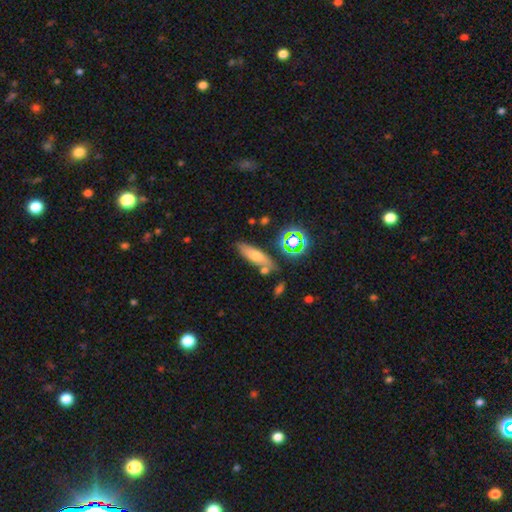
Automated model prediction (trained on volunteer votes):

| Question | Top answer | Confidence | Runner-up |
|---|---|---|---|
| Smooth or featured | smooth | 56% | featured or disk (25%) |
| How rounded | cigar-shaped | 47% | in between (46%) |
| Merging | none | 72% | minor disturbance (13%) |